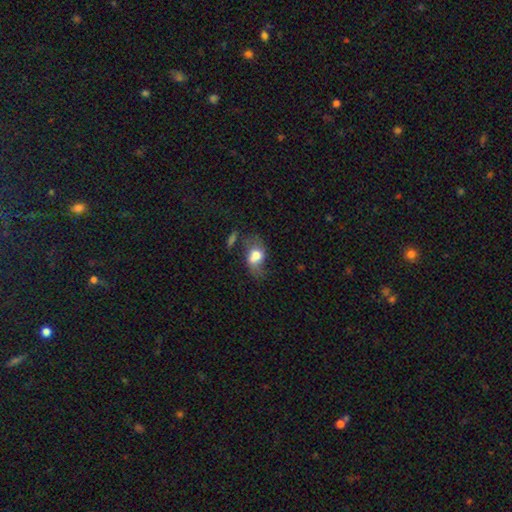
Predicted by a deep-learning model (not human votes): smooth_or_featured: smooth (p=0.64) [alt: featured or disk p=0.27]
how_rounded: in between (p=0.77) [alt: round p=0.20]
merging: none (p=0.35) [alt: minor disturbance p=0.27]